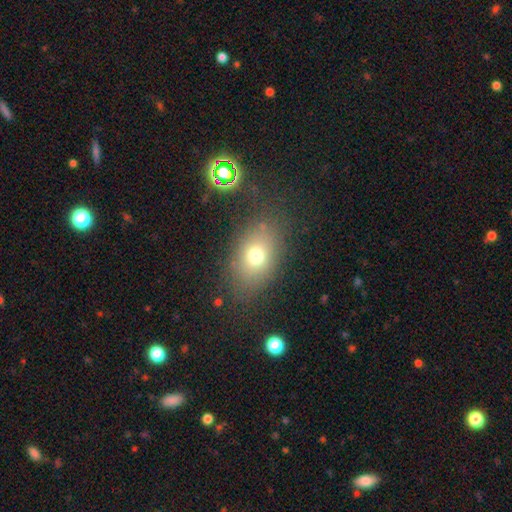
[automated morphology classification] Smooth or featured?
  - smooth: 71% *
  - featured or disk: 14%
  - star or artifact: 14%
How rounded?
  - in between: 75% *
  - round: 24%
  - cigar-shaped: 2%
Merging?
  - none: 77% *
  - minor disturbance: 14%
  - major disturbance: 7%
  - merger: 3%